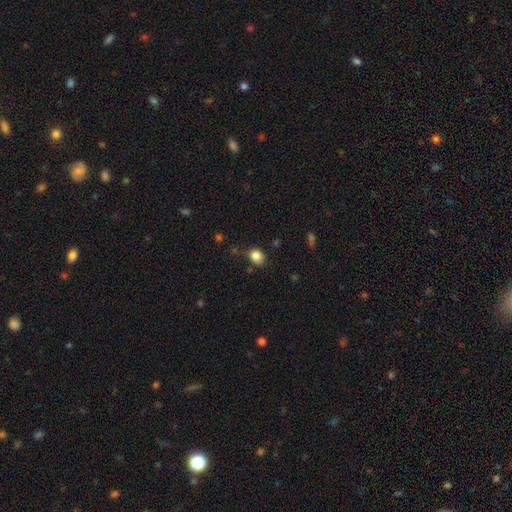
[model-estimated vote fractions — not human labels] smooth-or-featured: smooth: 85% | star or artifact: 11% | featured or disk: 5%
  how-rounded: round: 52% | in between: 47% | cigar-shaped: 1%
  merging: none: 78% | minor disturbance: 15% | major disturbance: 4% | merger: 3%